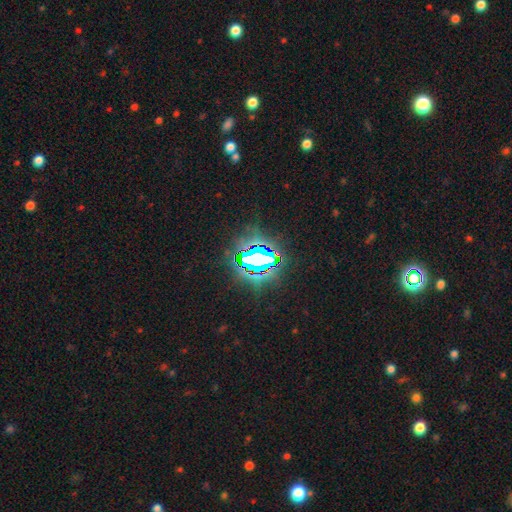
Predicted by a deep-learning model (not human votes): This appears to be a star or artifact, not a galaxy (81%).